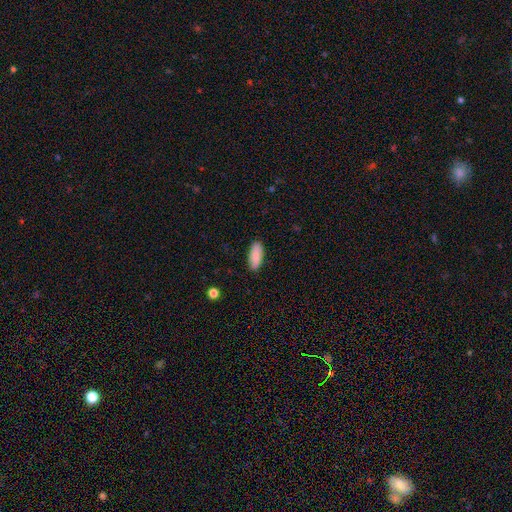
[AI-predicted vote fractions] Q: Smooth or featured?
A: smooth (88%); runner-up: star or artifact (6%)
Q: How rounded?
A: in between (81%); runner-up: cigar-shaped (17%)
Q: Merging?
A: none (87%); runner-up: minor disturbance (10%)